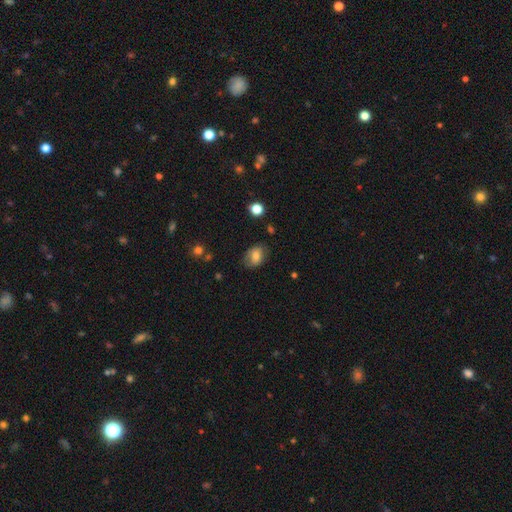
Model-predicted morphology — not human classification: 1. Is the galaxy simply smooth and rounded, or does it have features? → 72% smooth, 18% featured or disk, 9% star or artifact.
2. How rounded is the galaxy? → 76% in between, 22% round, 1% cigar-shaped.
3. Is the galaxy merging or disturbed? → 71% none, 22% minor disturbance, 6% major disturbance, 2% merger.